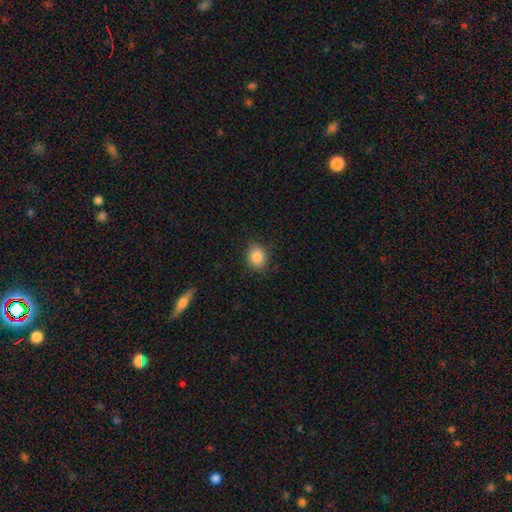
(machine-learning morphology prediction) A smooth galaxy with no disk features (86%) that is round (54%).

Vote fractions:
- Smooth or featured? smooth: 86% / star or artifact: 9% / featured or disk: 5%
- How rounded? round: 54% / in between: 45% / cigar-shaped: 1%
- Merging? none: 84% / minor disturbance: 12% / major disturbance: 3% / merger: 1%